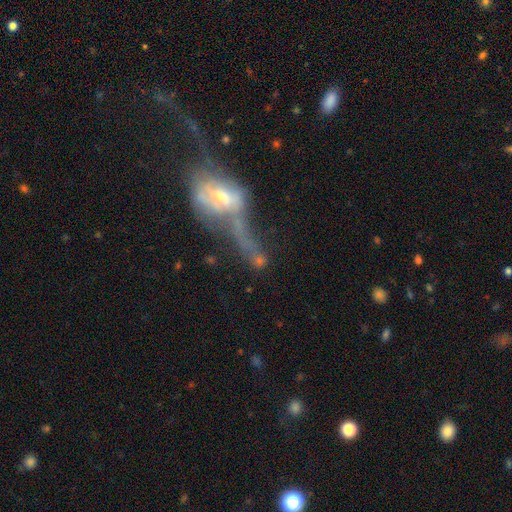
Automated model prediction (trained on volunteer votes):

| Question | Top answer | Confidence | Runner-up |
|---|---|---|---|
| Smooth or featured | featured or disk | 46% | smooth (36%) |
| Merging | merger | 41% | major disturbance (28%) |